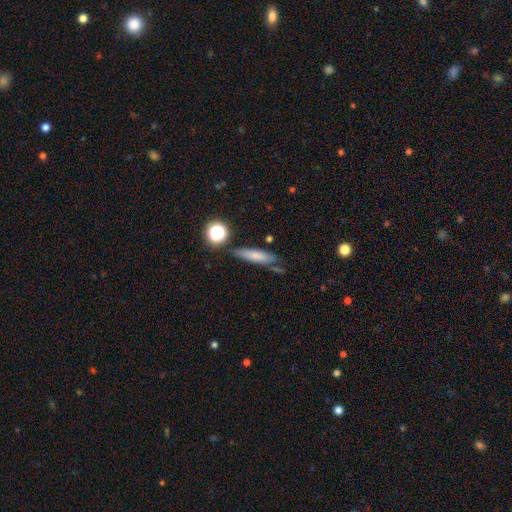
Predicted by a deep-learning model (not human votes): smooth_or_featured: smooth (p=0.74) [alt: featured or disk p=0.16]
how_rounded: cigar-shaped (p=0.69) [alt: in between p=0.26]
merging: none (p=0.72) [alt: minor disturbance p=0.17]